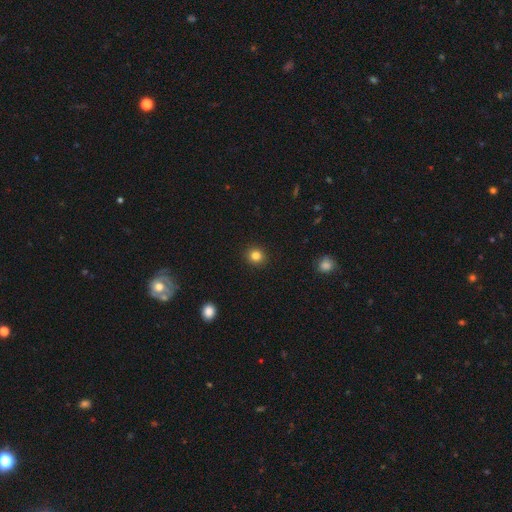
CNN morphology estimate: Smooth or featured? smooth (82%)
How rounded? round (91%)
Merging? none (93%)